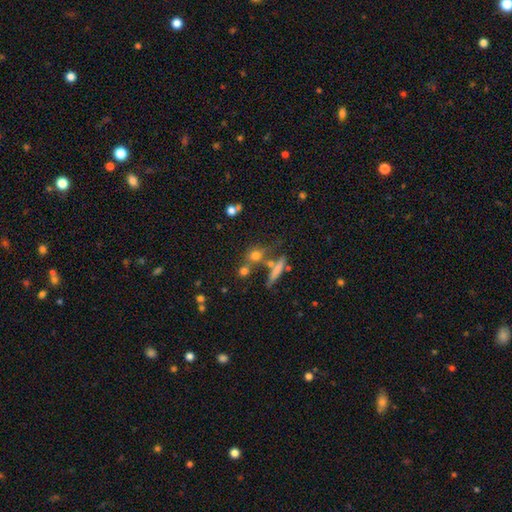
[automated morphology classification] smooth_or_featured: smooth (p=0.68) [alt: featured or disk p=0.17]
how_rounded: round (p=0.59) [alt: in between p=0.24]
merging: none (p=0.53) [alt: merger p=0.27]